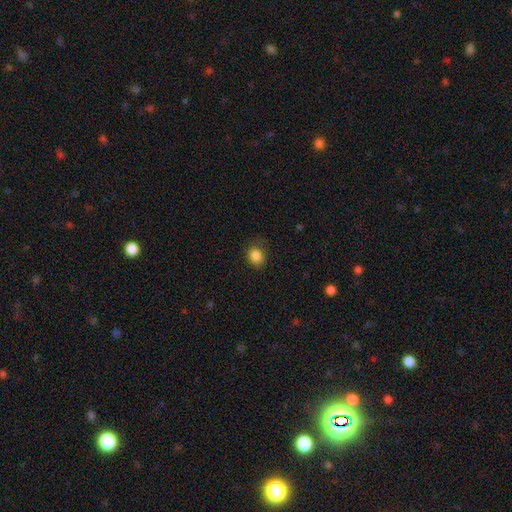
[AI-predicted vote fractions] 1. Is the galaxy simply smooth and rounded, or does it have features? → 85% smooth, 11% star or artifact, 4% featured or disk.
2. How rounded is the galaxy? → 65% round, 34% in between, 1% cigar-shaped.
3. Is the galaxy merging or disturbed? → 76% none, 17% minor disturbance, 5% major disturbance, 1% merger.